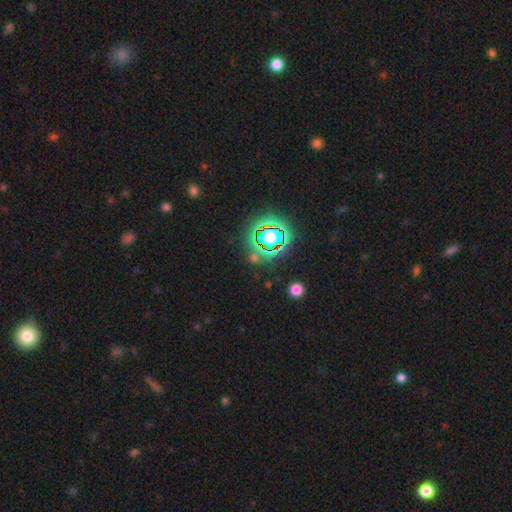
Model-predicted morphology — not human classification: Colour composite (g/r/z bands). It shows a star or artifact, not a galaxy (73%).